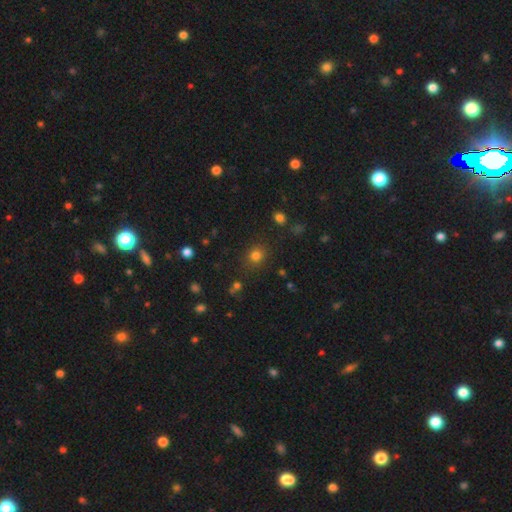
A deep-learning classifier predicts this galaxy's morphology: Smooth or featured? smooth (77%)
How rounded? round (80%)
Merging? none (84%)